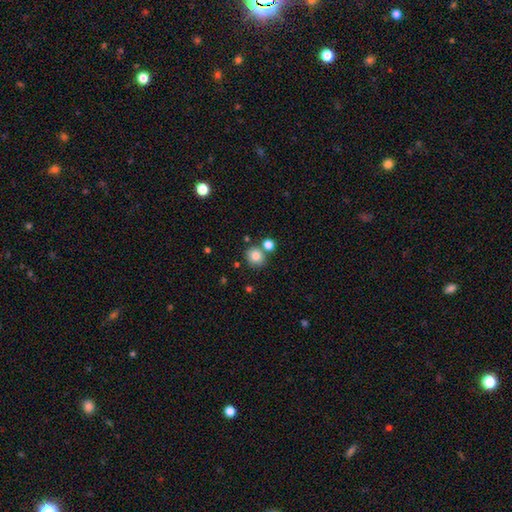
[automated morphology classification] Smooth or featured: smooth — 82% (star or artifact — 11%)
How rounded: round — 86% (in between — 13%)
Merging: none — 73% (merger — 16%)